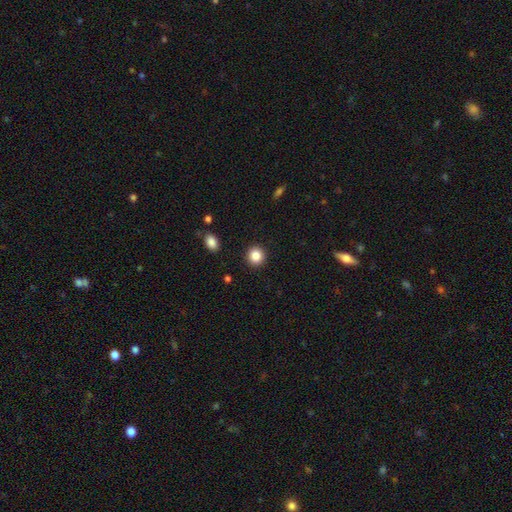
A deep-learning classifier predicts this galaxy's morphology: Q: Smooth or featured?
A: smooth (85%); runner-up: star or artifact (10%)
Q: How rounded?
A: round (91%); runner-up: in between (8%)
Q: Merging?
A: none (92%); runner-up: minor disturbance (5%)